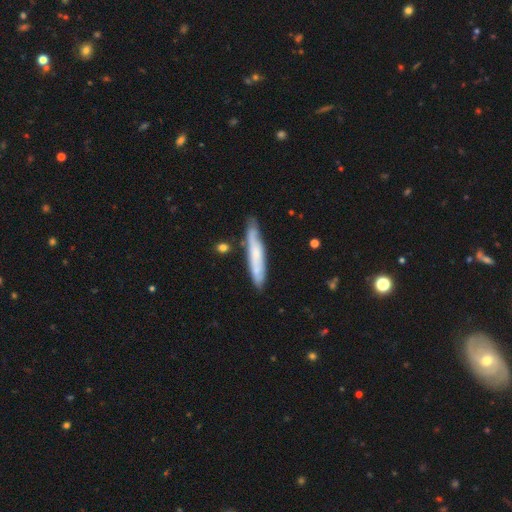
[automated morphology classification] The model was most divided on "smooth or featured": smooth: 49%, featured or disk: 45%, star or artifact: 6%. More confident: merging — none (74%).